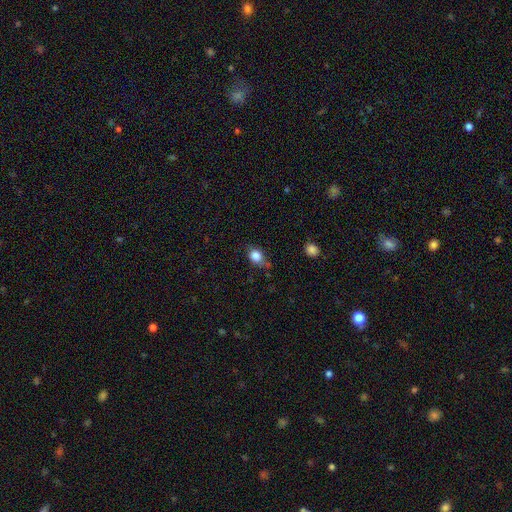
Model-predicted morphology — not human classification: Smooth or featured?
  - smooth: 84% *
  - star or artifact: 9%
  - featured or disk: 6%
How rounded?
  - in between: 54% *
  - round: 44%
  - cigar-shaped: 2%
Merging?
  - none: 61% *
  - minor disturbance: 28%
  - major disturbance: 7%
  - merger: 4%